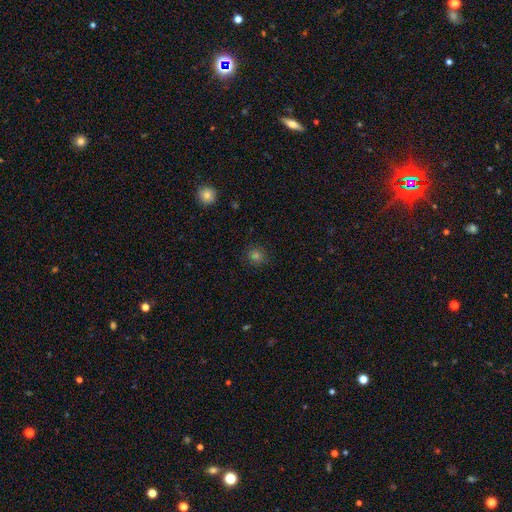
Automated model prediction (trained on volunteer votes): Smooth or featured? smooth (76%)
How rounded? round (90%)
Merging? none (89%)